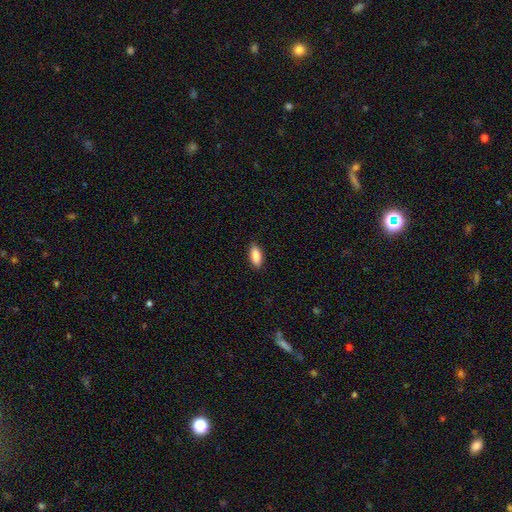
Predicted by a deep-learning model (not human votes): This appears to be a smooth galaxy with no disk features (87%) that is in between round and cigar-shaped (85%). Merging: none (88%).